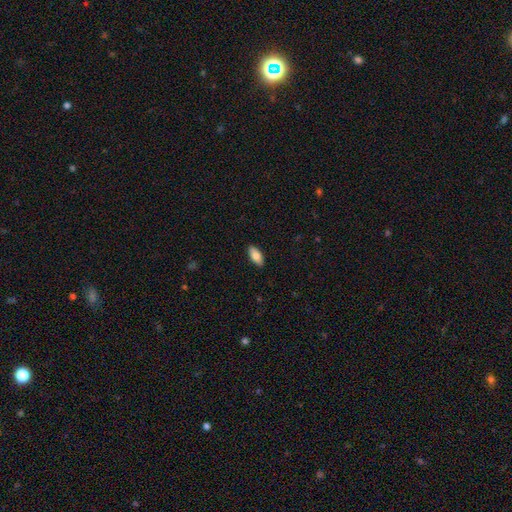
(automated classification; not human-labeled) This appears to be a smooth galaxy with no disk features (82%) that is in between round and cigar-shaped (89%). Merging: none (90%).